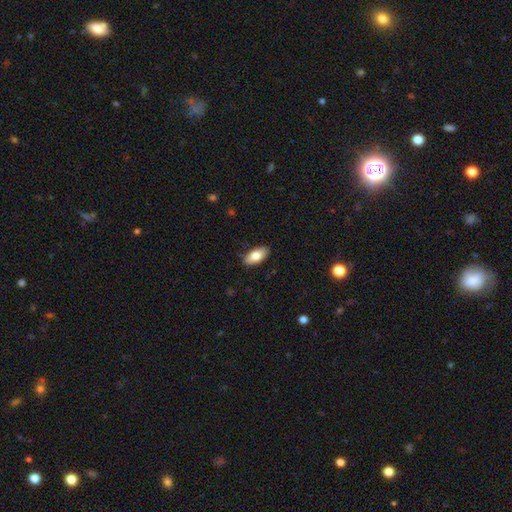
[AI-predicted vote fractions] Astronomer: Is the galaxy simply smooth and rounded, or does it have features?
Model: smooth — 79%.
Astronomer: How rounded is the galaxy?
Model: in between — 90%.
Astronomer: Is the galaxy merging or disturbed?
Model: none — 88%.